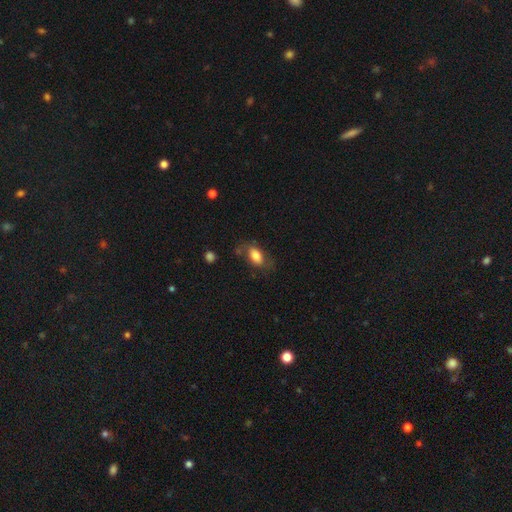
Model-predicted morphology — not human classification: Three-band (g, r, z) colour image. It shows a smooth galaxy with no disk features (76%) that is in between round and cigar-shaped (89%). Merging: none (60%).